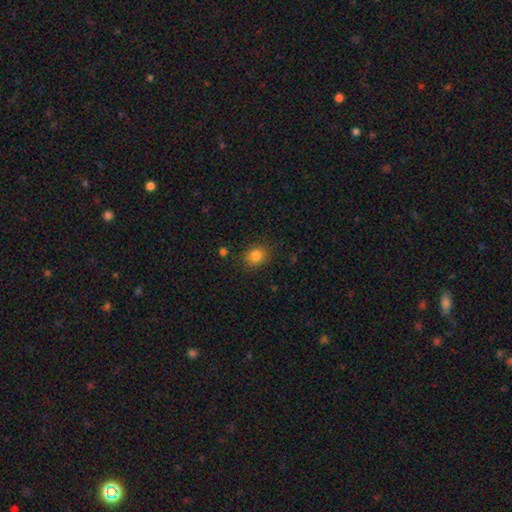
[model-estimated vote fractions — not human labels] A smooth galaxy with no disk features (83%) that is round (65%). Merging: none (85%).